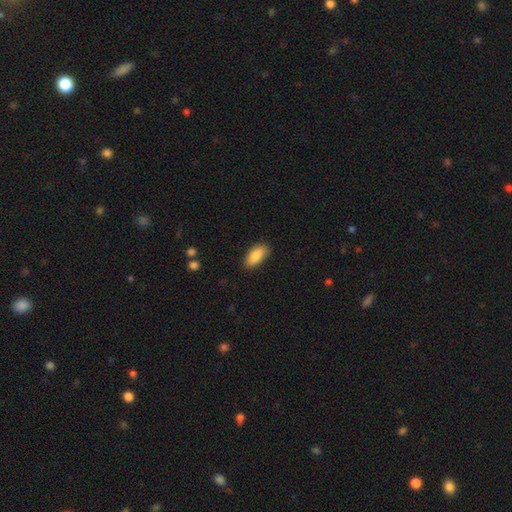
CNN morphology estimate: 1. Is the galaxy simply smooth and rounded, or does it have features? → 87% smooth, 7% featured or disk, 6% star or artifact.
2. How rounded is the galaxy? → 90% in between, 8% cigar-shaped, 2% round.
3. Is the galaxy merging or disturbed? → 84% none, 12% minor disturbance, 2% major disturbance, 1% merger.